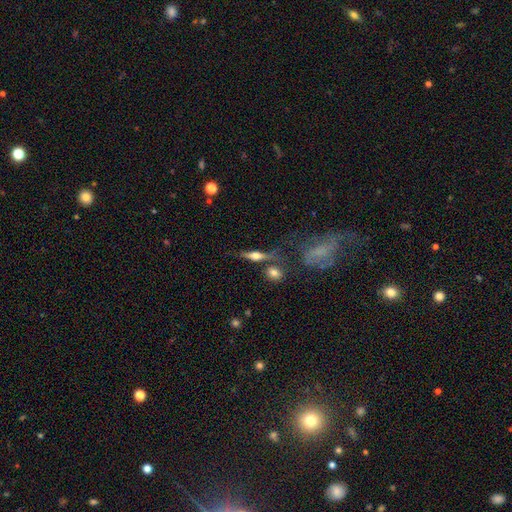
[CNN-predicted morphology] Smooth or featured? featured or disk (61%)
Edge-on disk? yes (91%)
Edge-on bulge? rounded (94%)
Merging? none (68%)